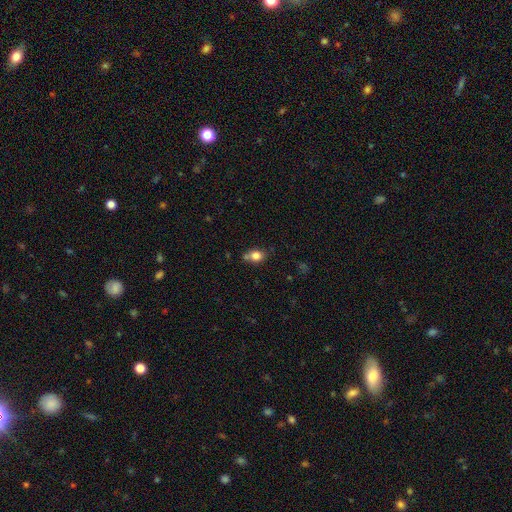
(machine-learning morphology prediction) type=smooth (81%); roundness=in between (57%); merging=none (60%).